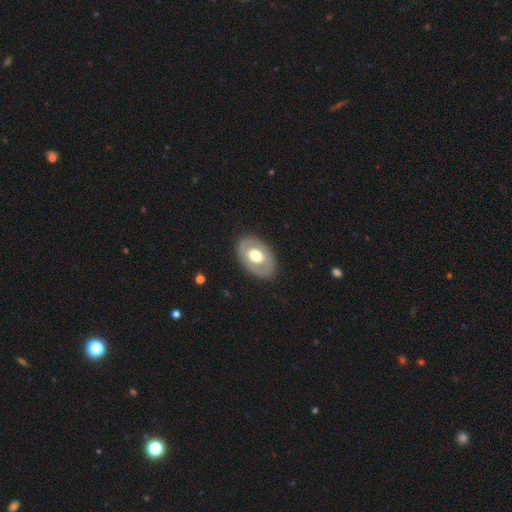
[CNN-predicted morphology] Overall: featured or disk (49%; smooth 46%). Merging: none (85%).